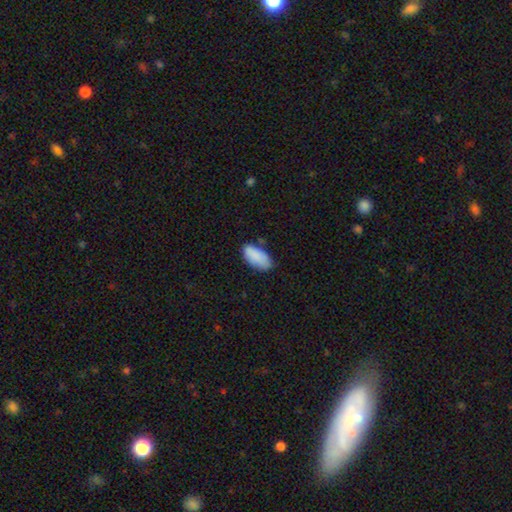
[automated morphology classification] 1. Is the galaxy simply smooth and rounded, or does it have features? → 87% smooth, 7% featured or disk, 6% star or artifact.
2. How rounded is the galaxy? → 93% in between, 5% cigar-shaped, 2% round.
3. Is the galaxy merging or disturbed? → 68% none, 25% minor disturbance, 4% major disturbance, 3% merger.